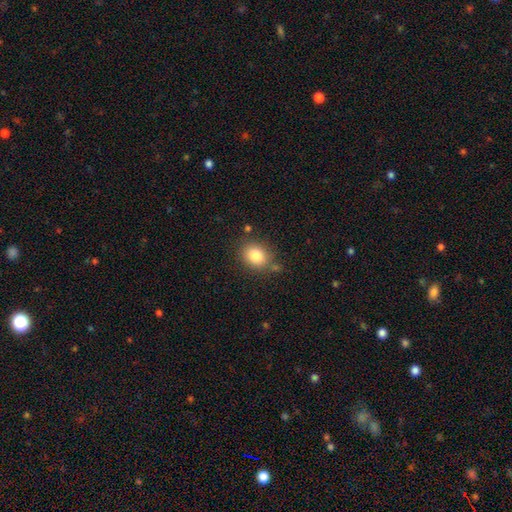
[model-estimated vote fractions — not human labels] A smooth galaxy with no disk features (83%) that is round (56%).

Vote fractions:
- Smooth or featured? smooth: 83% / star or artifact: 10% / featured or disk: 7%
- How rounded? round: 56% / in between: 43% / cigar-shaped: 1%
- Merging? none: 77% / minor disturbance: 14% / merger: 5% / major disturbance: 4%